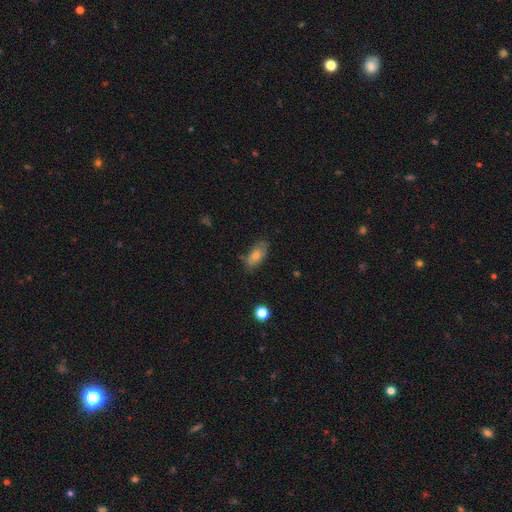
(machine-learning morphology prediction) Smooth or featured?
  - smooth: 66% *
  - featured or disk: 25%
  - star or artifact: 9%
How rounded?
  - in between: 85% *
  - cigar-shaped: 10%
  - round: 5%
Merging?
  - none: 72% *
  - minor disturbance: 21%
  - major disturbance: 5%
  - merger: 2%